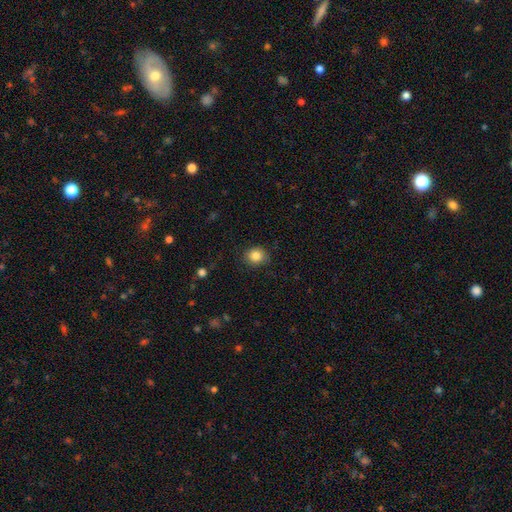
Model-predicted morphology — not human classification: smooth_or_featured: smooth (p=0.85) [alt: star or artifact p=0.10]
how_rounded: round (p=0.77) [alt: in between p=0.23]
merging: none (p=0.83) [alt: minor disturbance p=0.13]